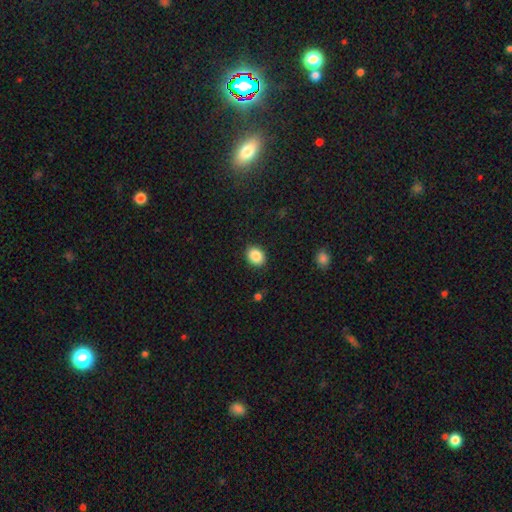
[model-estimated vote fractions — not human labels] smooth-or-featured: smooth: 88% | star or artifact: 8% | featured or disk: 4%
  how-rounded: in between: 59% | round: 41% | cigar-shaped: 1%
  merging: none: 89% | minor disturbance: 8% | major disturbance: 2% | merger: 1%